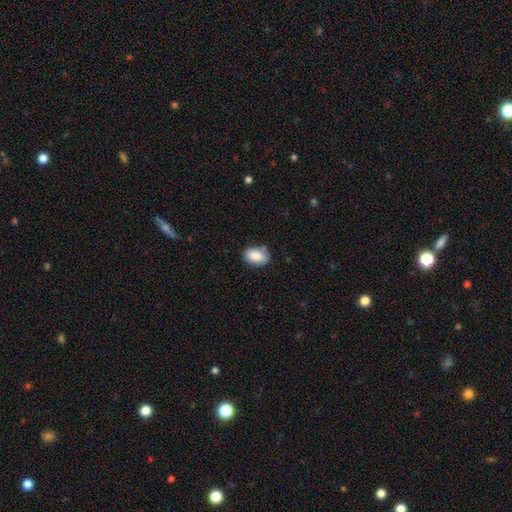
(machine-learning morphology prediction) Smooth or featured? Predicted: smooth (p=0.86). How rounded? Predicted: in between (p=0.84). Merging? Predicted: none (p=0.77).